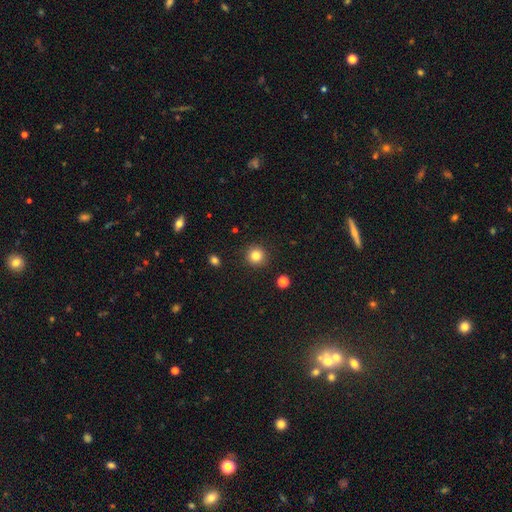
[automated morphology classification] This appears to be a smooth galaxy with no disk features (82%) that is round (94%). Merging: none (91%).